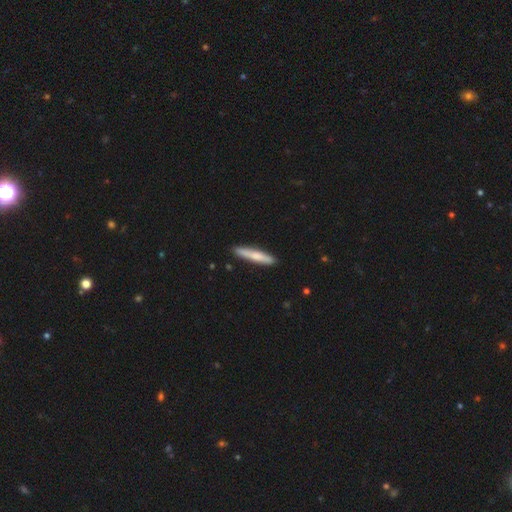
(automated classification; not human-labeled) This is likely a smooth galaxy (67%). How rounded: clearly cigar-shaped (93%). Merging: clearly none (90%).